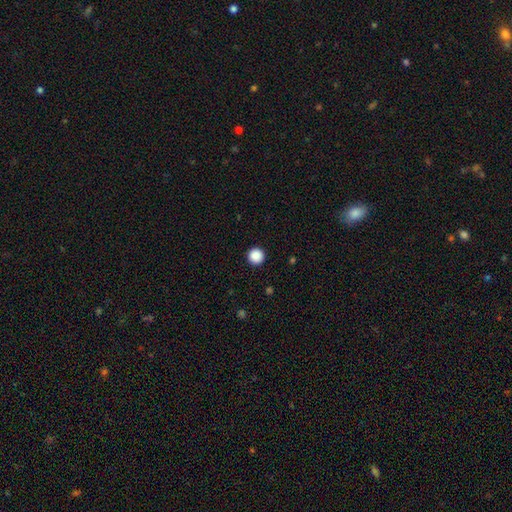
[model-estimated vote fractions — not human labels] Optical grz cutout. It shows a smooth galaxy with no disk features (88%) that is round (96%). Merging: none (93%).